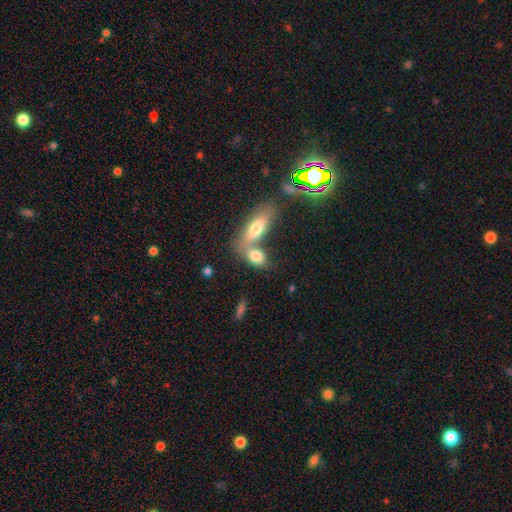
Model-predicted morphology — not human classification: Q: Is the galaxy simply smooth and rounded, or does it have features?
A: smooth — 77%.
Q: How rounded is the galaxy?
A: in between — 77%.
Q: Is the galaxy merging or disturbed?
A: merger — 46%.